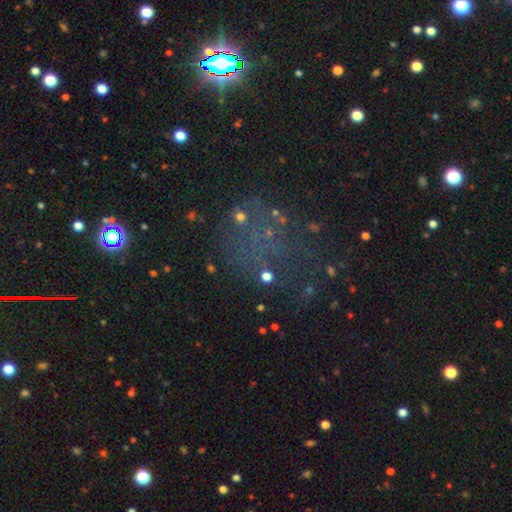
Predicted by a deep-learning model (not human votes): Smooth or featured?
  - star or artifact: 52% *
  - smooth: 26%
  - featured or disk: 22%